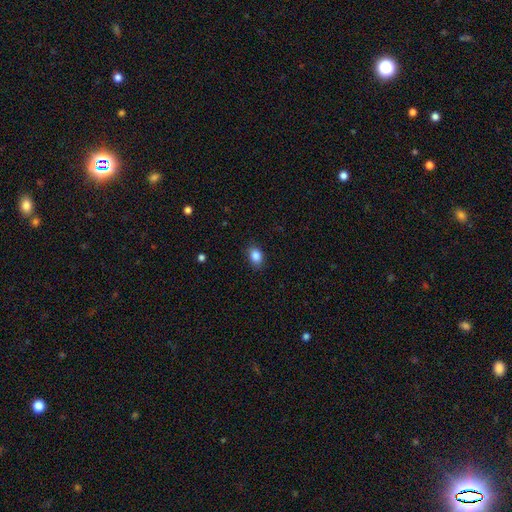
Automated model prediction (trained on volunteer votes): Overall: smooth (86%). How rounded: in between (74%). Merging: none (85%).